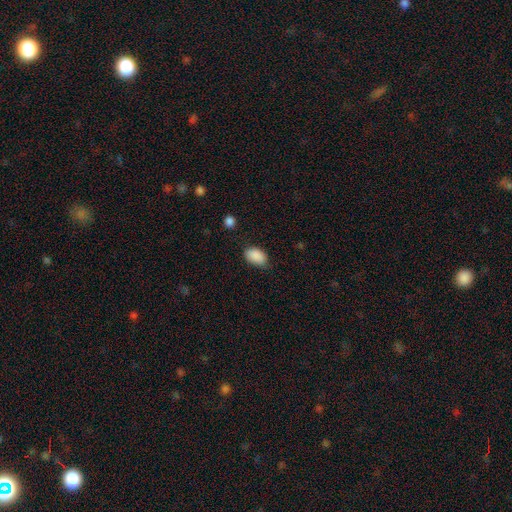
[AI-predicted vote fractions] Smooth or featured: smooth — 89% (star or artifact — 7%)
How rounded: in between — 89% (round — 9%)
Merging: none — 75% (minor disturbance — 19%)